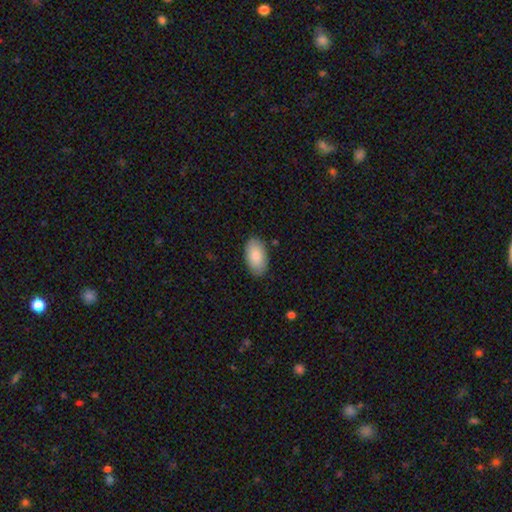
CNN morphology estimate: smooth 85%, featured or disk 9%, star or artifact 6%. Down the decision tree: how rounded — in between (95%); merging — none (86%).